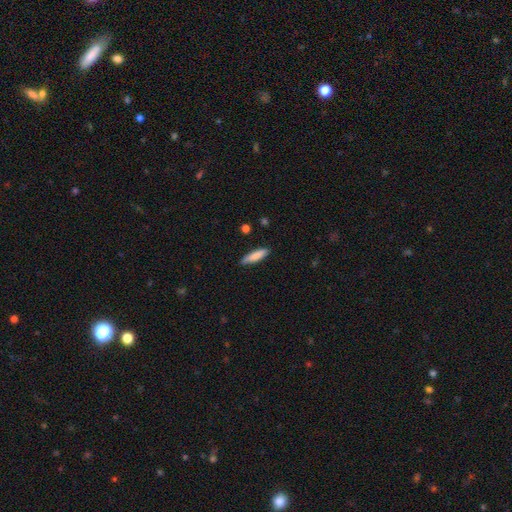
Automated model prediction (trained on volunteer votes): A smooth galaxy with no disk features (84%) that is cigar-shaped (72%). Merging: none (85%).